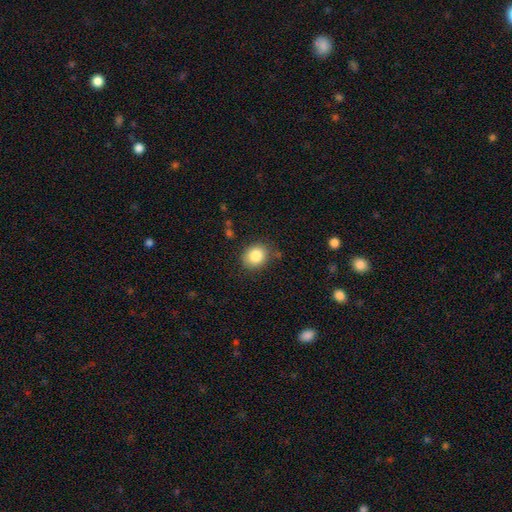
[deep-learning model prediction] Smooth or featured? Predicted: smooth (p=0.85). How rounded? Predicted: round (p=0.68). Merging? Predicted: none (p=0.80).